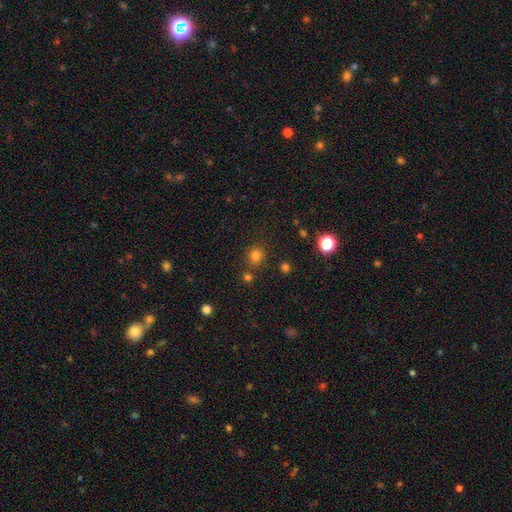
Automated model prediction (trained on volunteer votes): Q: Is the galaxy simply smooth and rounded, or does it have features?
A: smooth — 78%.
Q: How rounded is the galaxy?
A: round — 82%.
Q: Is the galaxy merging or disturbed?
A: none — 77%.